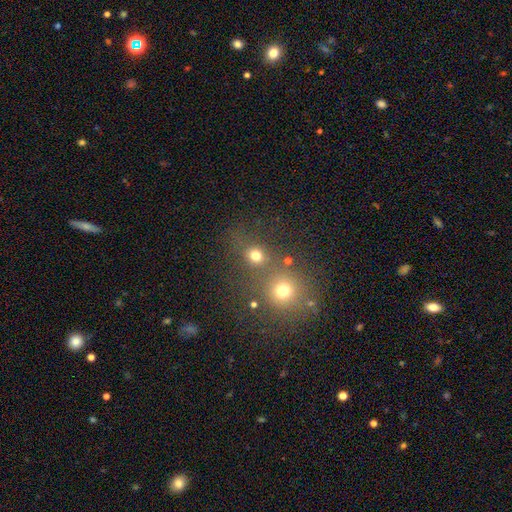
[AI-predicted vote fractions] smooth 74%, star or artifact 19%, featured or disk 8%. Down the decision tree: how rounded — round (81%); merging — none (57%).